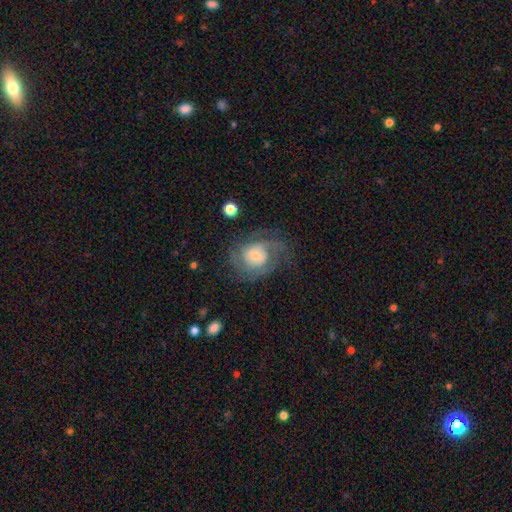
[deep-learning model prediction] This appears to be a featured or disk galaxy (75%) with no bar (63%), 2 (33%) tight (42%, tied with medium) spiral arms (89%) and a small central bulge (54%). Merging: none (58%).